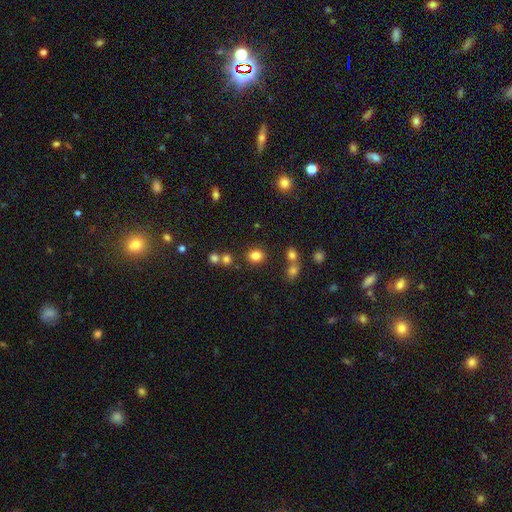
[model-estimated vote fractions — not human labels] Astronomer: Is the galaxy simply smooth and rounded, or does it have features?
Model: smooth — 80%.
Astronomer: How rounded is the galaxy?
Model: round — 61% (runner-up: in between, 38%).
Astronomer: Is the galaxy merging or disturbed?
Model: none — 78%.